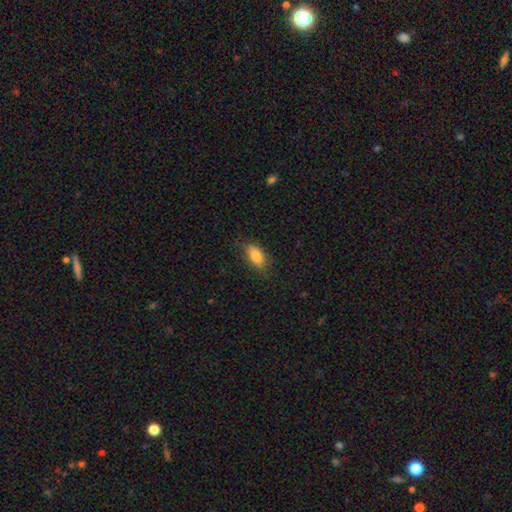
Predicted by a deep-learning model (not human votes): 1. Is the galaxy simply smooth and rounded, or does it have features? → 86% smooth, 7% star or artifact, 7% featured or disk.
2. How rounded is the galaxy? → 89% in between, 7% cigar-shaped, 4% round.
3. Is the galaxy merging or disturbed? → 75% none, 19% minor disturbance, 5% major disturbance, 1% merger.